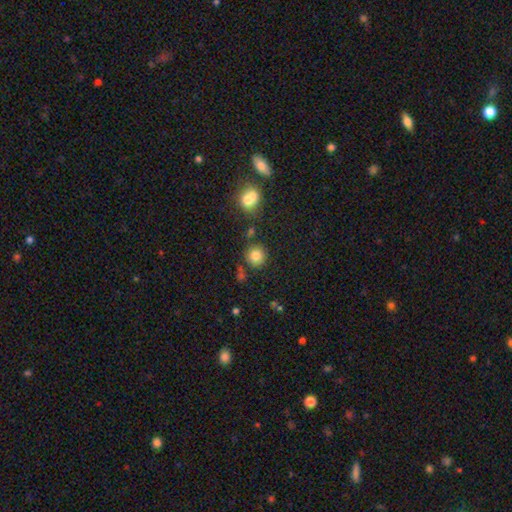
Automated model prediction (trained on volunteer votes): This is clearly a smooth galaxy (81%). How rounded: clearly round (91%). Merging: clearly none (81%).